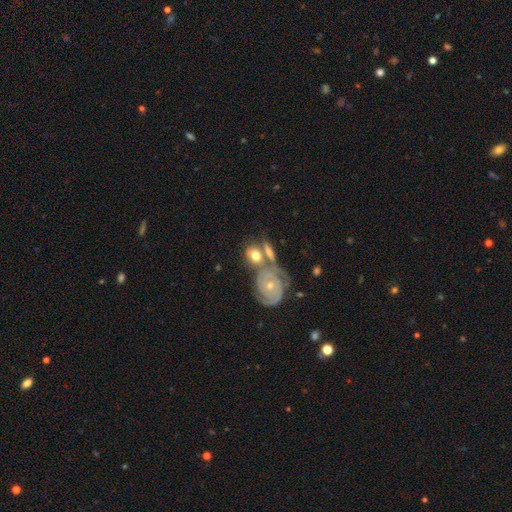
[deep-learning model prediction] This is possibly a featured or disk galaxy (56%). It is clearly not viewed edge-on (92%). Bar: likely no (73%). Spiral arm pattern: clearly yes (86%). Central bulge: possibly small (48%). Merging: marginally none (40%).